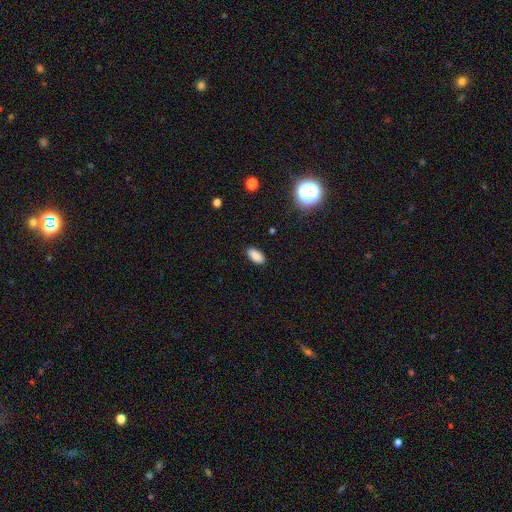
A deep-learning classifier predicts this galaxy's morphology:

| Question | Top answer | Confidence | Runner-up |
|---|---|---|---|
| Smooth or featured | smooth | 87% | star or artifact (9%) |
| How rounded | in between | 92% | cigar-shaped (5%) |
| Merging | none | 89% | minor disturbance (8%) |